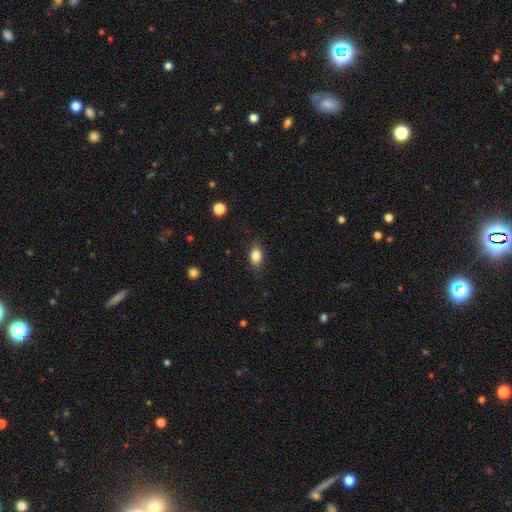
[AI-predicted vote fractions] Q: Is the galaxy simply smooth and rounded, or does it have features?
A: smooth — 84%.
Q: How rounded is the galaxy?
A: in between — 85%.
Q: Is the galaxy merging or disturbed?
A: none — 81%.